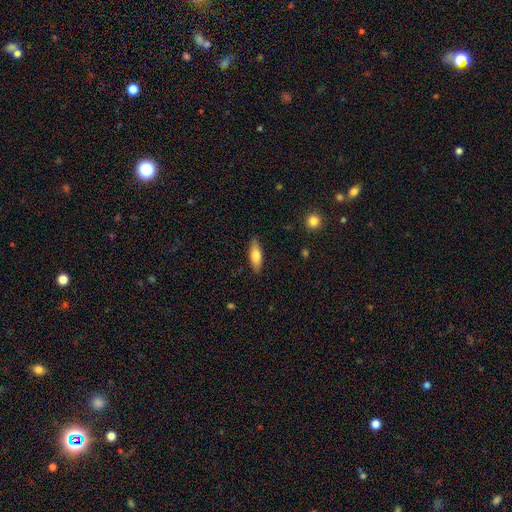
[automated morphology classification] smooth-or-featured: smooth: 68% | featured or disk: 26% | star or artifact: 6%
  how-rounded: in between: 53% | cigar-shaped: 45% | round: 3%
  merging: none: 87% | minor disturbance: 10% | major disturbance: 2% | merger: 1%